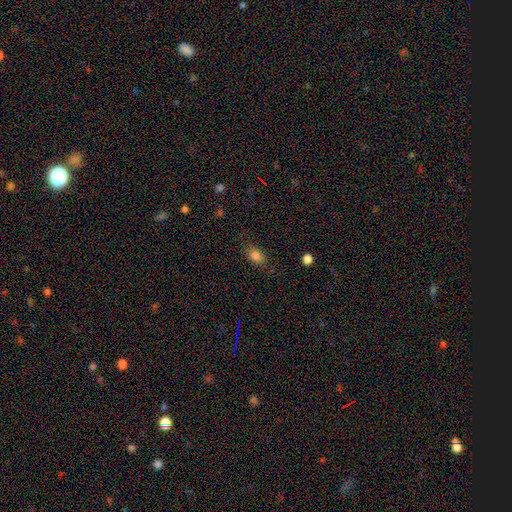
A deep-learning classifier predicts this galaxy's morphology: A smooth galaxy with no disk features (81%) that is in between round and cigar-shaped (75%).

Vote fractions:
- Smooth or featured? smooth: 81% / star or artifact: 11% / featured or disk: 8%
- How rounded? in between: 75% / round: 21% / cigar-shaped: 4%
- Merging? none: 75% / minor disturbance: 18% / major disturbance: 6% / merger: 2%